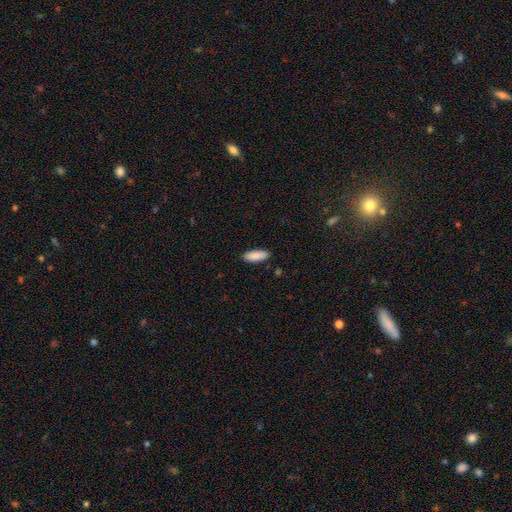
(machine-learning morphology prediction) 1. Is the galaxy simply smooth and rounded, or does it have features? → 89% smooth, 6% star or artifact, 6% featured or disk.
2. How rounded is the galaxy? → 74% in between, 25% cigar-shaped, 2% round.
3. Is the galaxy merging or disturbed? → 88% none, 9% minor disturbance, 2% major disturbance, 1% merger.